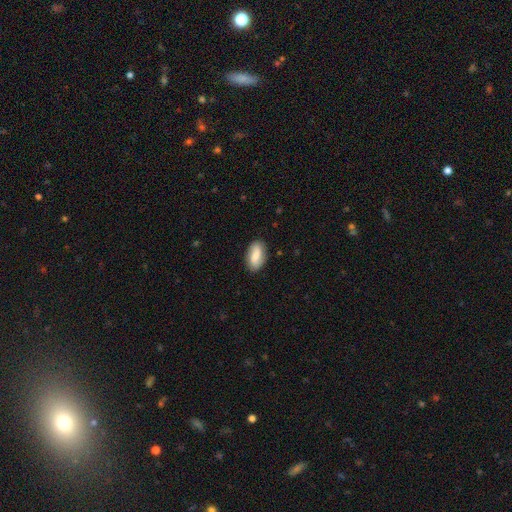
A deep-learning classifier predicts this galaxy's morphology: type=smooth (74%); roundness=in between (91%); merging=none (83%).